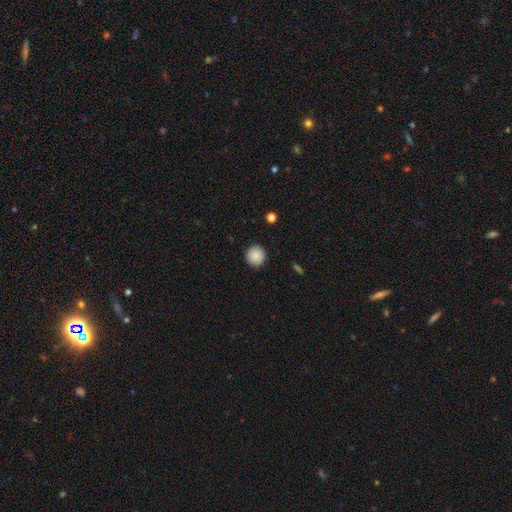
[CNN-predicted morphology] Smooth or featured?
  - smooth: 87% *
  - star or artifact: 8%
  - featured or disk: 6%
How rounded?
  - round: 93% *
  - in between: 6%
  - cigar-shaped: 1%
Merging?
  - none: 90% *
  - minor disturbance: 8%
  - major disturbance: 2%
  - merger: 1%